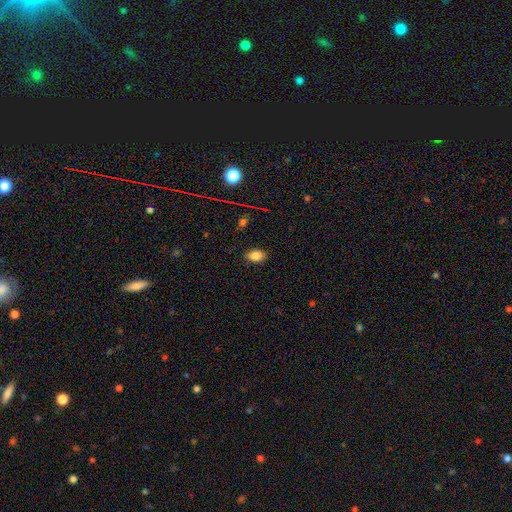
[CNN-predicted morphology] A smooth galaxy with no disk features (84%) that is in between round and cigar-shaped (84%). Merging: none (87%).